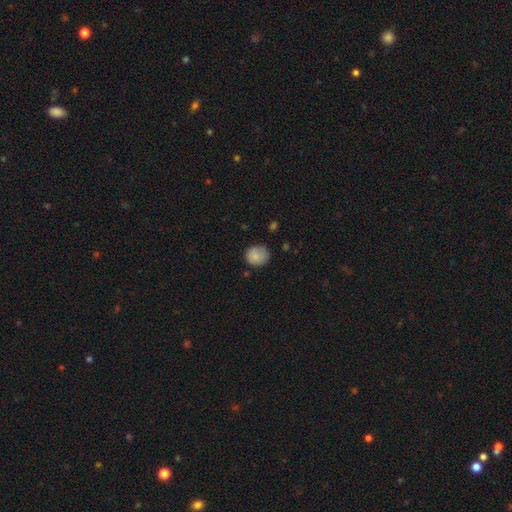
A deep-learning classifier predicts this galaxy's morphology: smooth-or-featured: smooth: 85% | star or artifact: 8% | featured or disk: 7%
  how-rounded: round: 79% | in between: 20% | cigar-shaped: 1%
  merging: none: 71% | minor disturbance: 22% | major disturbance: 4% | merger: 2%